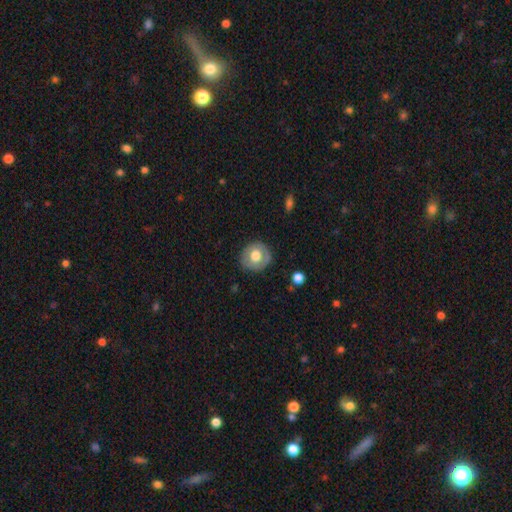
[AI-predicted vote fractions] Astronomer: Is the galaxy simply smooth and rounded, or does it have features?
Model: smooth — 62%.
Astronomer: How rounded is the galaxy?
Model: round — 84%.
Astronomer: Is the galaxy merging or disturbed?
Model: none — 84%.